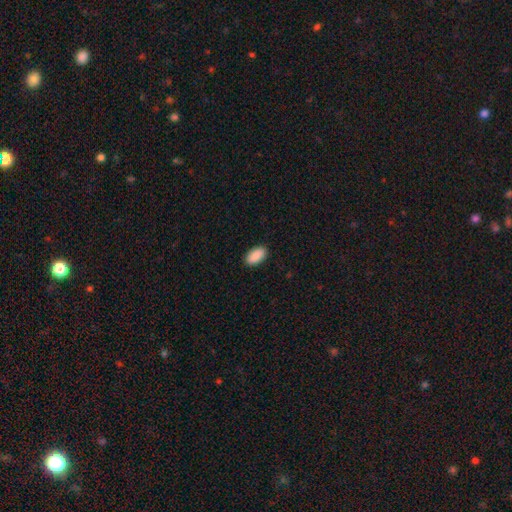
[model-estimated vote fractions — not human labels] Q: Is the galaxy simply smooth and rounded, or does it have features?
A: smooth — 90%.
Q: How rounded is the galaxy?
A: in between — 95%.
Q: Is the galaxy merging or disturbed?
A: none — 90%.